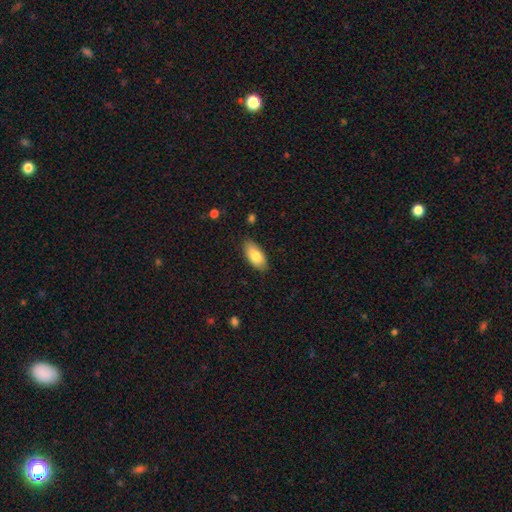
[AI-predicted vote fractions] The model was most divided on "smooth or featured": smooth: 81%, featured or disk: 13%, star or artifact: 6%. More confident: how rounded — in between (91%); merging — none (85%).